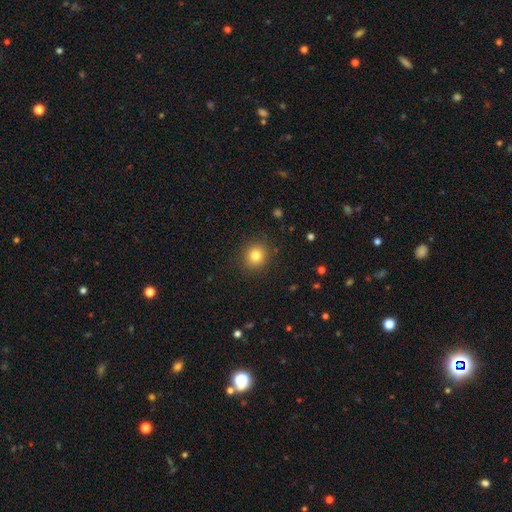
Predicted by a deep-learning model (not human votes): This is clearly a smooth galaxy (81%). How rounded: clearly round (85%). Merging: clearly none (89%).